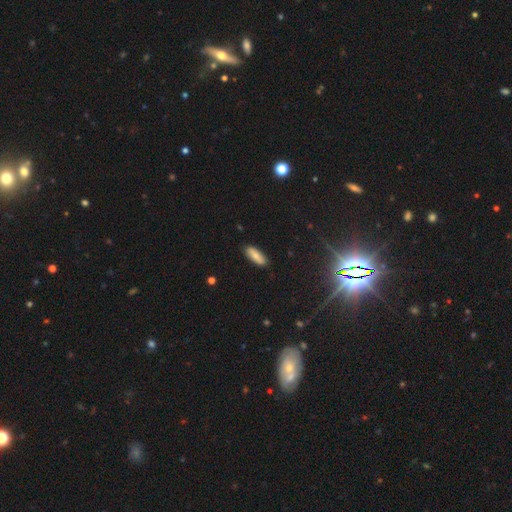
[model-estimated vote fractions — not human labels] Overall: smooth (74%). How rounded: in between (68%; cigar-shaped 30%). Merging: none (86%).